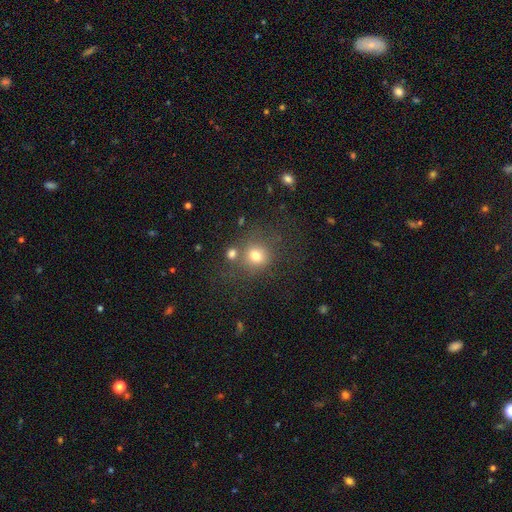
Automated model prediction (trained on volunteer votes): The model was most divided on "merging": none: 62%, merger: 18%, minor disturbance: 13%, major disturbance: 7%. More confident: how rounded — round (80%); smooth or featured — smooth (74%).